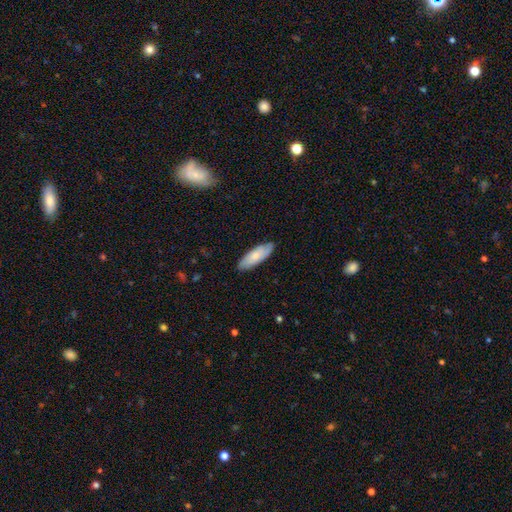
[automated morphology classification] This appears to be a smooth galaxy with no disk features (74%) that is in between round and cigar-shaped (61%). Merging: none (86%).